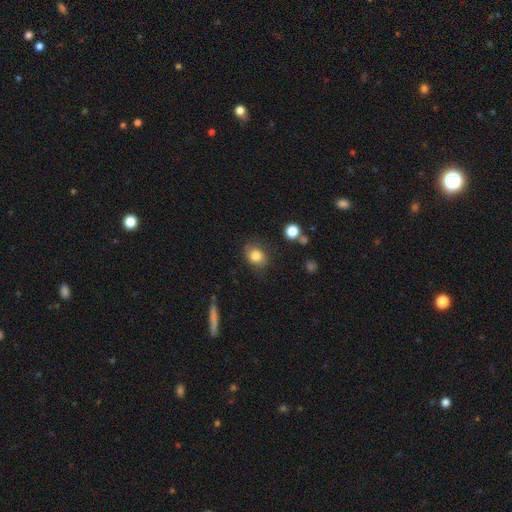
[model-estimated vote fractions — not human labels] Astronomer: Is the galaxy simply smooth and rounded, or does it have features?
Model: smooth — 82%.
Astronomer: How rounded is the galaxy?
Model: round — 50% (runner-up: in between, 49%).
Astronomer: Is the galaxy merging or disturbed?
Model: none — 77%.